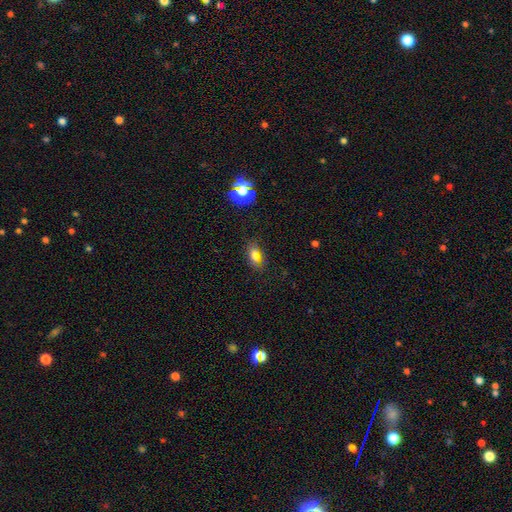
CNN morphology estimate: smooth 68%, star or artifact 22%, featured or disk 10%. Down the decision tree: how rounded — in between (81%); merging — none (82%).